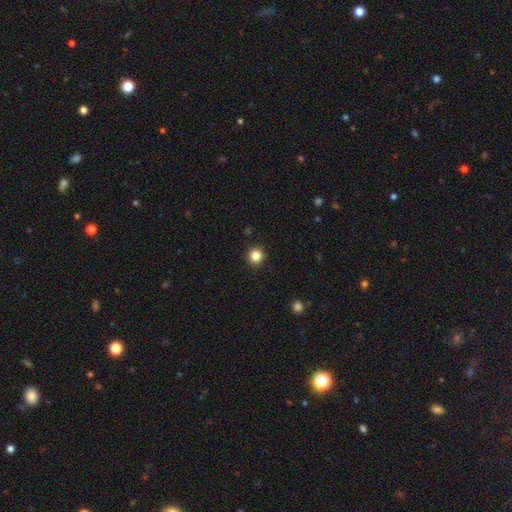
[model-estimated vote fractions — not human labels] Smooth or featured?
  - smooth: 85% *
  - star or artifact: 11%
  - featured or disk: 4%
How rounded?
  - round: 94% *
  - in between: 5%
  - cigar-shaped: 1%
Merging?
  - none: 92% *
  - minor disturbance: 5%
  - major disturbance: 2%
  - merger: 1%